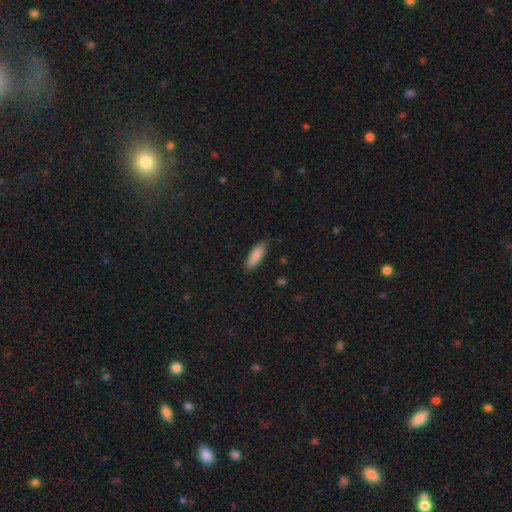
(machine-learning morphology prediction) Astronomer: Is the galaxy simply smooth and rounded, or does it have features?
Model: smooth — 87%.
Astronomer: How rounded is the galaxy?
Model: in between — 64%.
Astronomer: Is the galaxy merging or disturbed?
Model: none — 84%.